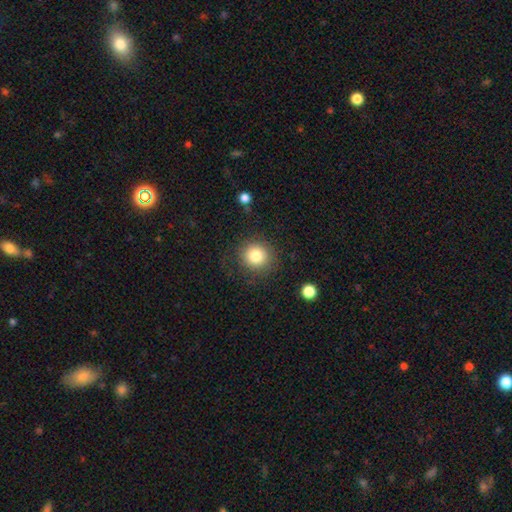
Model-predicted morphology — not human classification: A smooth galaxy with no disk features (81%) that is round (88%).

Vote fractions:
- Smooth or featured? smooth: 81% / star or artifact: 11% / featured or disk: 8%
- How rounded? round: 88% / in between: 11% / cigar-shaped: 1%
- Merging? none: 84% / minor disturbance: 10% / major disturbance: 5% / merger: 2%